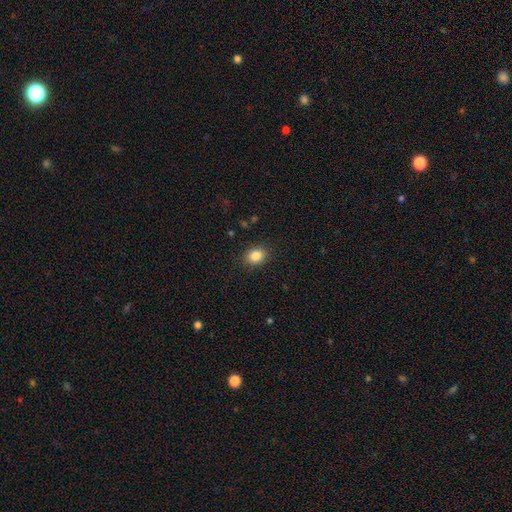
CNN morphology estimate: Smooth or featured? smooth (85%)
How rounded? in between (53%)
Merging? none (88%)